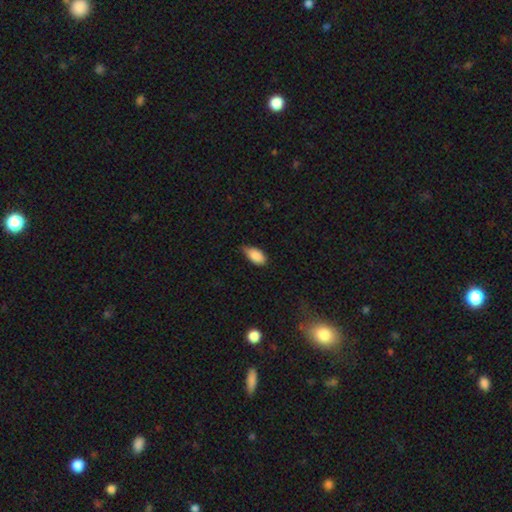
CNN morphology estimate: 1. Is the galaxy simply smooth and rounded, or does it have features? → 87% smooth, 7% star or artifact, 6% featured or disk.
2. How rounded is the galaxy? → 93% in between, 4% cigar-shaped, 4% round.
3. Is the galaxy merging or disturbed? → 50% none, 42% minor disturbance, 6% major disturbance, 2% merger.